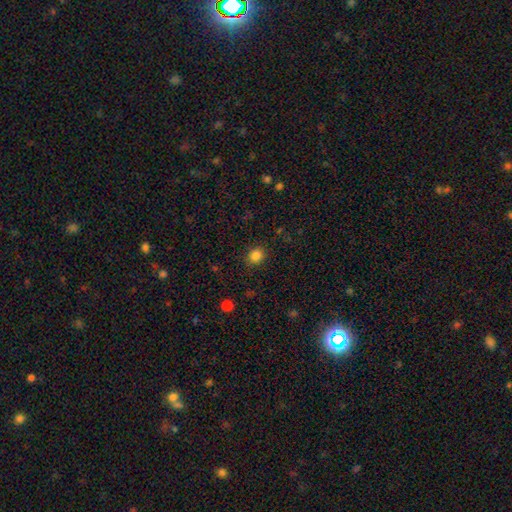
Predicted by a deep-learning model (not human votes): Smooth or featured? Predicted: smooth (p=0.84). How rounded? Predicted: round (p=0.72). Merging? Predicted: none (p=0.89).